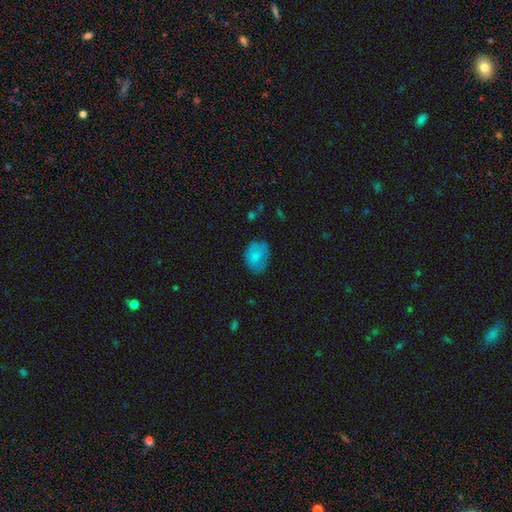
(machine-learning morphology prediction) A smooth galaxy with no disk features (74%) that is in between round and cigar-shaped (63%). Merging: none (65%).